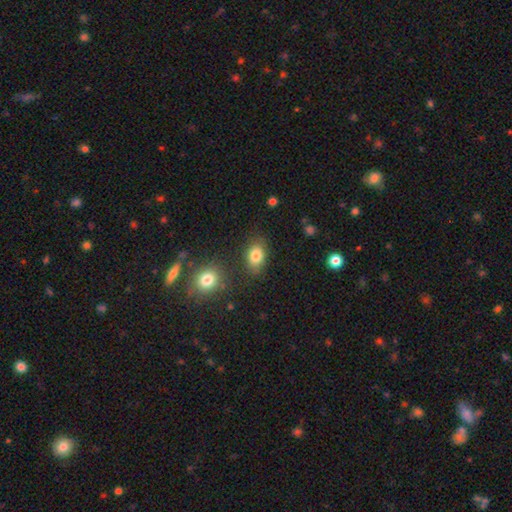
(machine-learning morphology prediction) smooth-or-featured: smooth: 82% | star or artifact: 10% | featured or disk: 8%
  how-rounded: in between: 79% | round: 20% | cigar-shaped: 1%
  merging: none: 78% | minor disturbance: 13% | merger: 5% | major disturbance: 4%